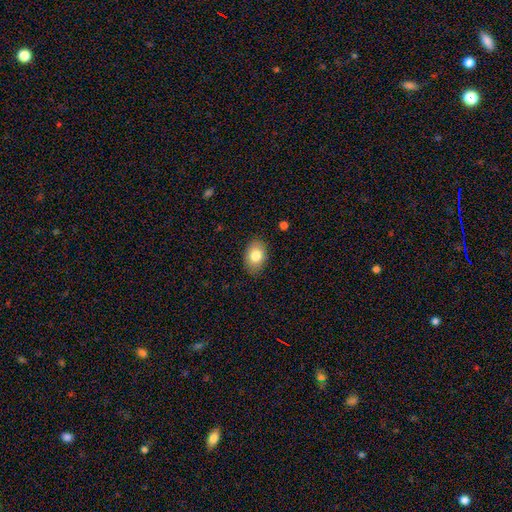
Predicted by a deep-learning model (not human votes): Smooth or featured?
  - smooth: 80% *
  - featured or disk: 12%
  - star or artifact: 7%
How rounded?
  - in between: 84% *
  - round: 15%
  - cigar-shaped: 1%
Merging?
  - none: 84% *
  - minor disturbance: 12%
  - major disturbance: 3%
  - merger: 1%